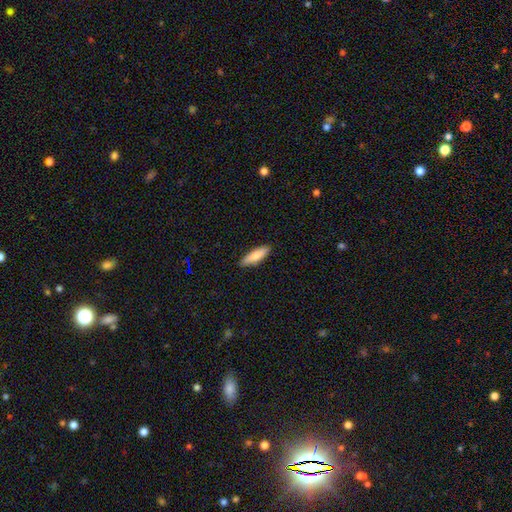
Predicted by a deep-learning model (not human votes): smooth-or-featured: smooth: 79% | featured or disk: 16% | star or artifact: 6%
  how-rounded: cigar-shaped: 57% | in between: 41% | round: 2%
  merging: none: 89% | minor disturbance: 9% | major disturbance: 2% | merger: 1%